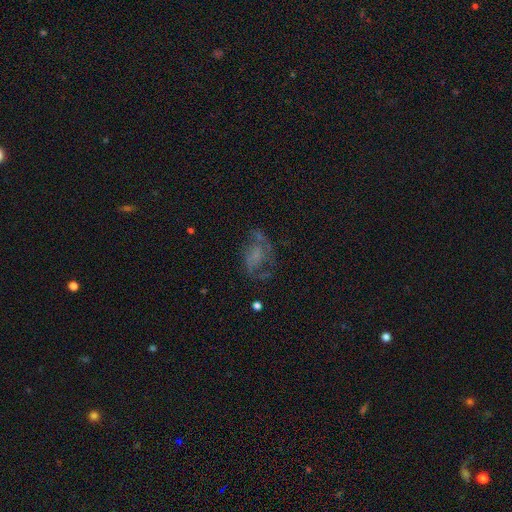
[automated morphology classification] Smooth or featured? featured or disk (58%)
Edge-on disk? no (97%)
Bar? no (70%)
Spiral arms? yes (61%)
Bulge size? none (62%)
Merging? none (43%)